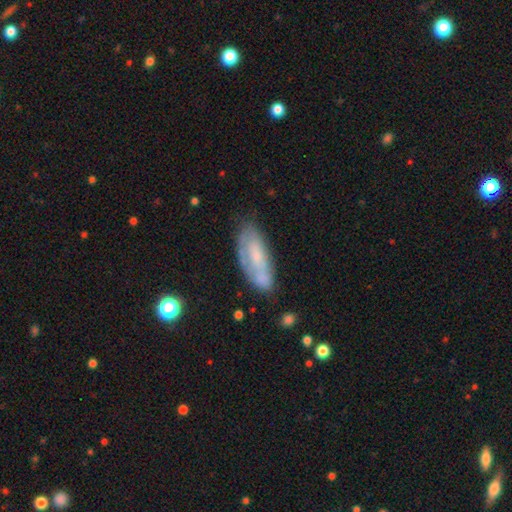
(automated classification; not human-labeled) smooth 50%, featured or disk 43%, star or artifact 7%. Down the decision tree: merging — none (60%).